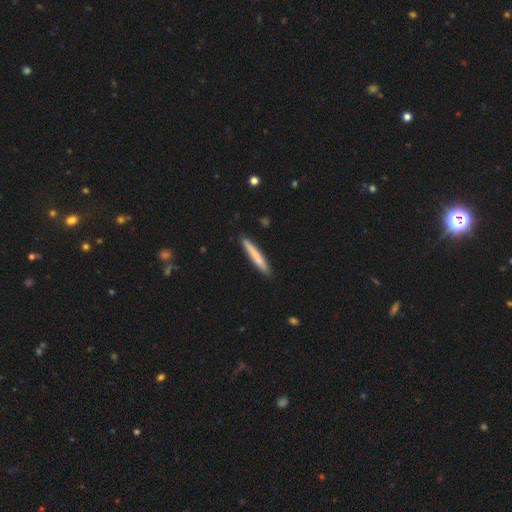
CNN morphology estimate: A smooth galaxy with no disk features (71%) that is cigar-shaped (96%). Merging: none (89%).